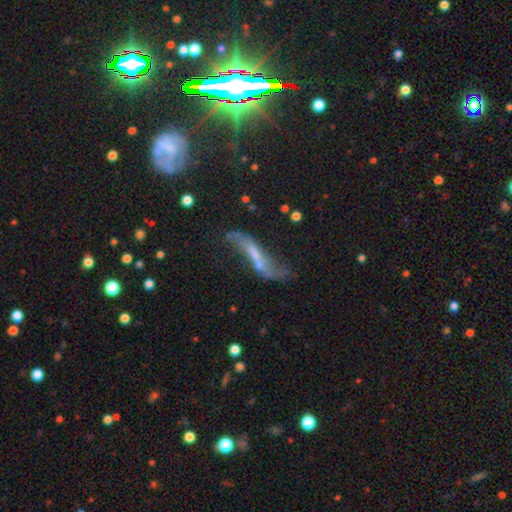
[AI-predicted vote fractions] featured or disk 67%, smooth 23%, star or artifact 10%. Down the decision tree: edge-on disk — no (75%); bar — strong (34%); spiral arms — yes (74%); bulge size — none (40%); merging — none (39%).